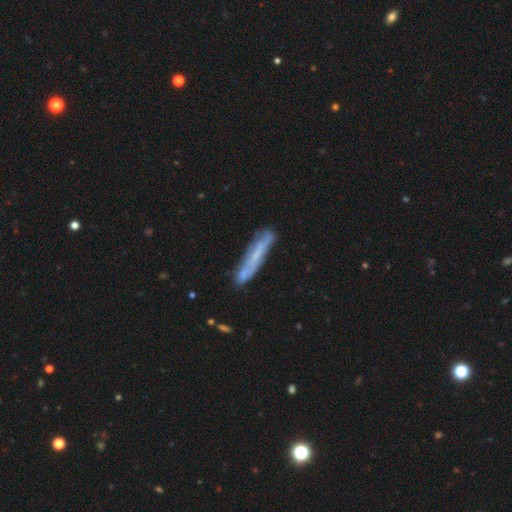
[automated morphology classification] Smooth or featured? featured or disk (49%)
Merging? none (76%)